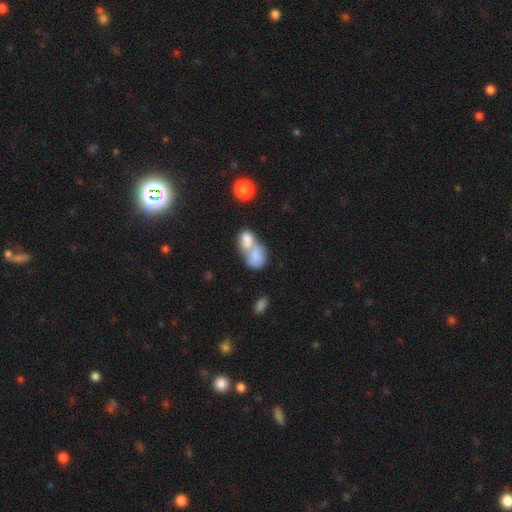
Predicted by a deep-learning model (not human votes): Morphology: type=smooth (75%); roundness=in between (75%); merging=merger (78%).